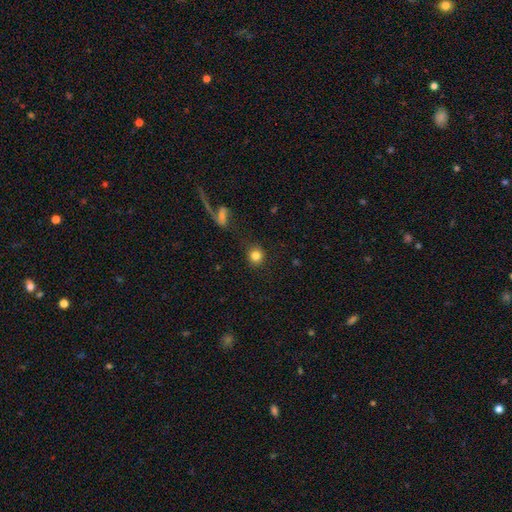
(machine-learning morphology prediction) A smooth galaxy with no disk features (82%) that is round (88%).

Vote fractions:
- Smooth or featured? smooth: 82% / star or artifact: 11% / featured or disk: 7%
- How rounded? round: 88% / in between: 11% / cigar-shaped: 1%
- Merging? none: 85% / minor disturbance: 8% / major disturbance: 4% / merger: 3%